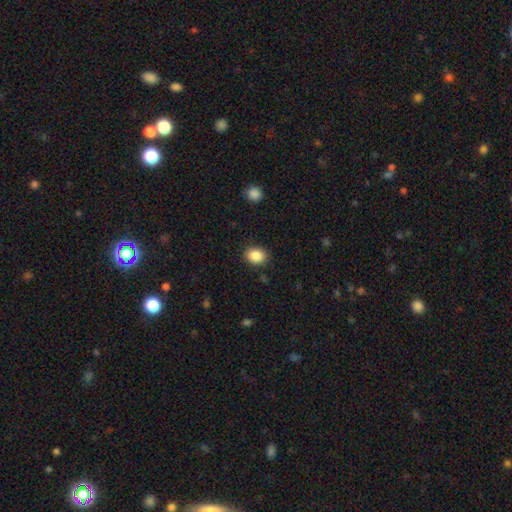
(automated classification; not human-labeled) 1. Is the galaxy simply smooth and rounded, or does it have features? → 87% smooth, 8% star or artifact, 4% featured or disk.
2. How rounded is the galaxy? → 50% in between, 49% round, 1% cigar-shaped.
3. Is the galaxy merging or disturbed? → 88% none, 8% minor disturbance, 2% major disturbance, 1% merger.